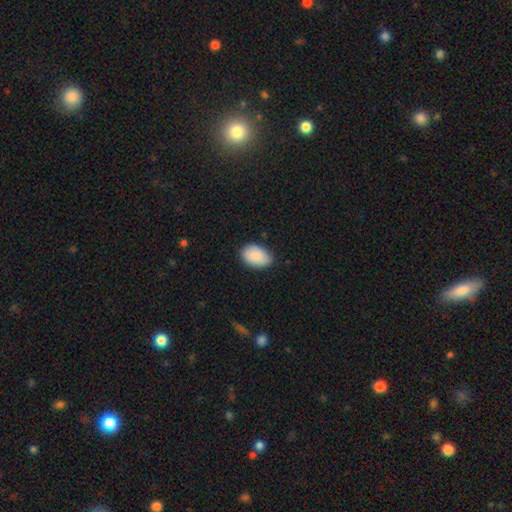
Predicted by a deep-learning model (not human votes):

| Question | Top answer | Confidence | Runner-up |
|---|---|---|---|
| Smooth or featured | smooth | 88% | star or artifact (6%) |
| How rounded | in between | 89% | round (10%) |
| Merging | none | 76% | minor disturbance (20%) |